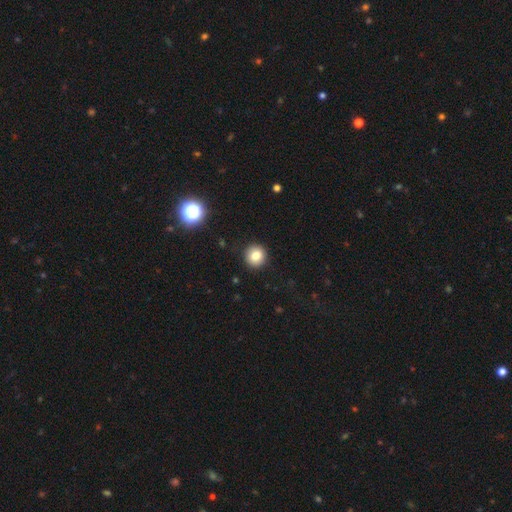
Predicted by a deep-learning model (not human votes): smooth 81%, star or artifact 11%, featured or disk 8%. Down the decision tree: how rounded — round (93%); merging — none (92%).